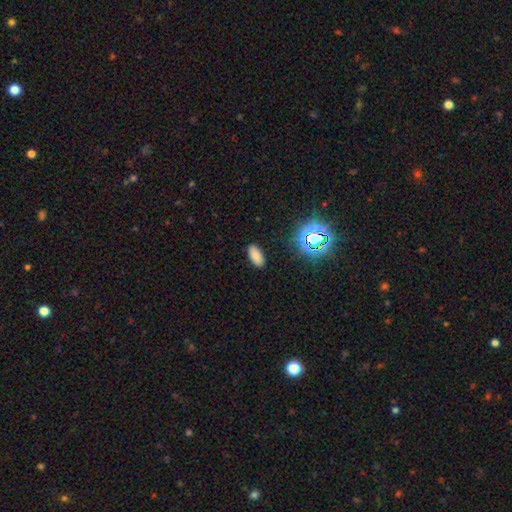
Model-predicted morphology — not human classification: smooth 79%, star or artifact 16%, featured or disk 5%. Down the decision tree: how rounded — in between (91%); merging — none (88%).